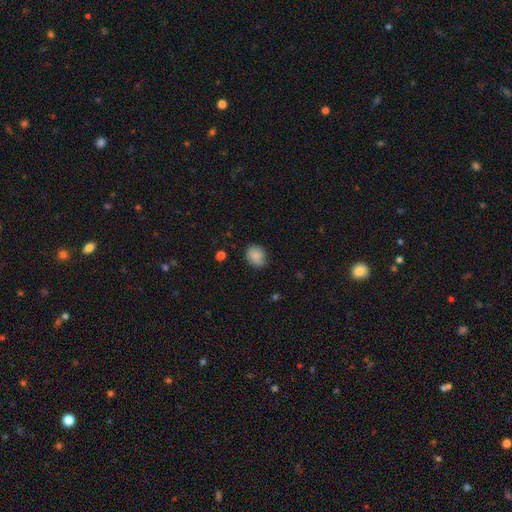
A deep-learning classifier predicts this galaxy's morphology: smooth 77%, featured or disk 14%, star or artifact 9%. Down the decision tree: how rounded — round (63%); merging — none (70%).